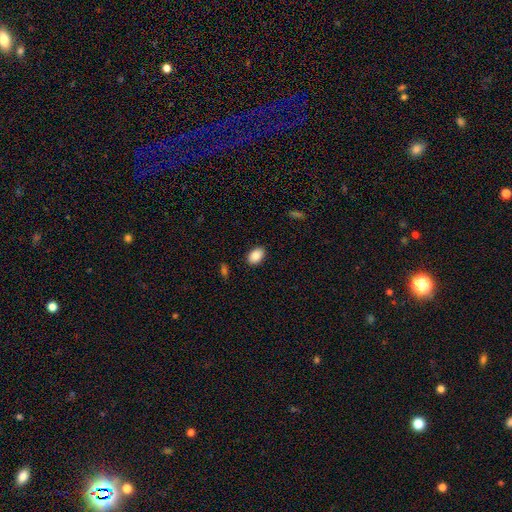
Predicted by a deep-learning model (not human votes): Smooth or featured: smooth — 87% (star or artifact — 7%)
How rounded: in between — 85% (round — 13%)
Merging: none — 89% (minor disturbance — 8%)